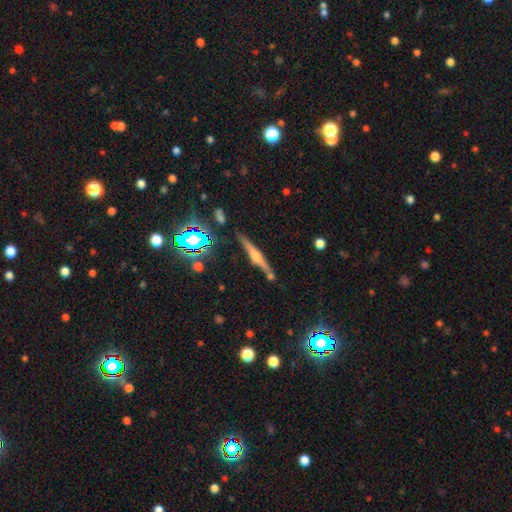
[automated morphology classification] smooth_or_featured: featured or disk (p=0.71) [alt: smooth p=0.17]
disk_edge_on: yes (p=0.97) [alt: no p=0.03]
edge_on_bulge: rounded (p=0.85) [alt: boxy p=0.10]
merging: none (p=0.81) [alt: minor disturbance p=0.11]